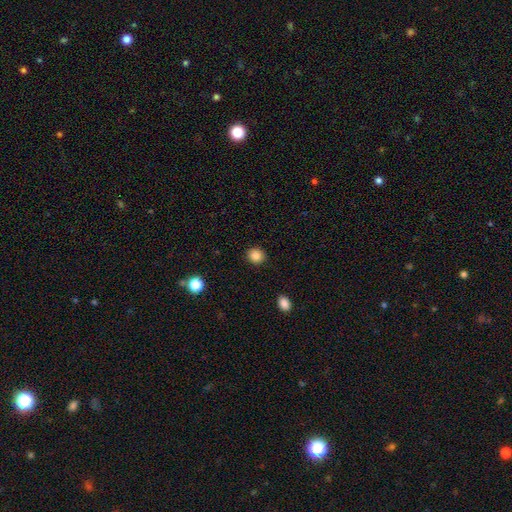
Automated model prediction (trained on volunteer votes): Q: Smooth or featured?
A: smooth (85%); runner-up: star or artifact (10%)
Q: How rounded?
A: round (81%); runner-up: in between (18%)
Q: Merging?
A: none (91%); runner-up: minor disturbance (6%)